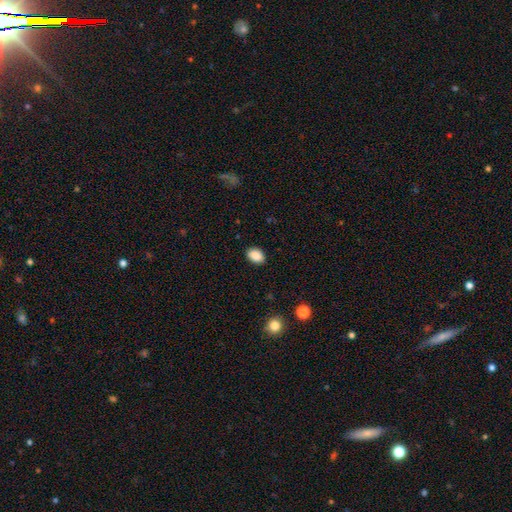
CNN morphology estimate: Smooth or featured?
  - smooth: 89% *
  - star or artifact: 8%
  - featured or disk: 3%
How rounded?
  - in between: 80% *
  - round: 19%
  - cigar-shaped: 1%
Merging?
  - none: 89% *
  - minor disturbance: 8%
  - major disturbance: 2%
  - merger: 1%